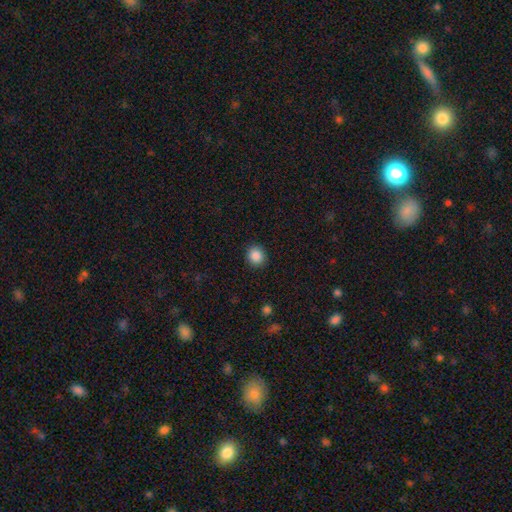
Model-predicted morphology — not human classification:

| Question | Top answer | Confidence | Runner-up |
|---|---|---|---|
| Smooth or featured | smooth | 88% | star or artifact (9%) |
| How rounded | round | 83% | in between (16%) |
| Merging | none | 91% | minor disturbance (6%) |